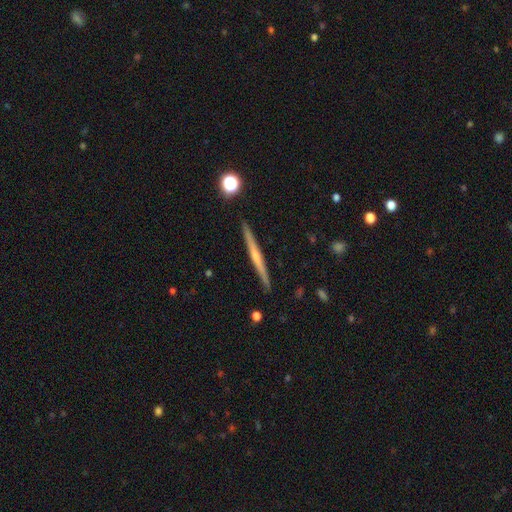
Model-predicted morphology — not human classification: Overall: featured or disk (66%; smooth 28%). Edge-on disk: yes (98%). Edge-on bulge: rounded (49%; none 45%). Merging: none (91%).